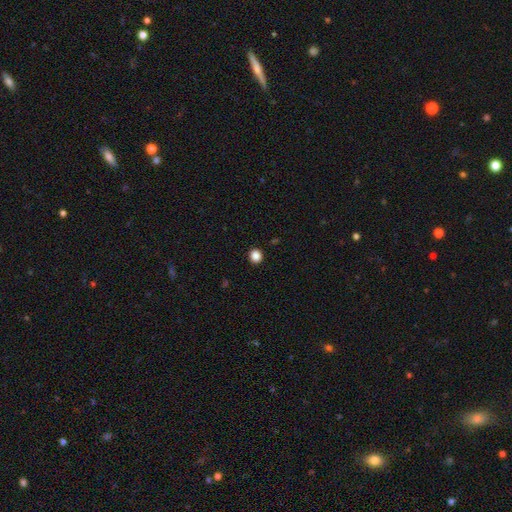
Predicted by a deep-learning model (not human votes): smooth_or_featured: smooth (p=0.87) [alt: star or artifact p=0.10]
how_rounded: round (p=0.84) [alt: in between p=0.15]
merging: none (p=0.93) [alt: minor disturbance p=0.05]